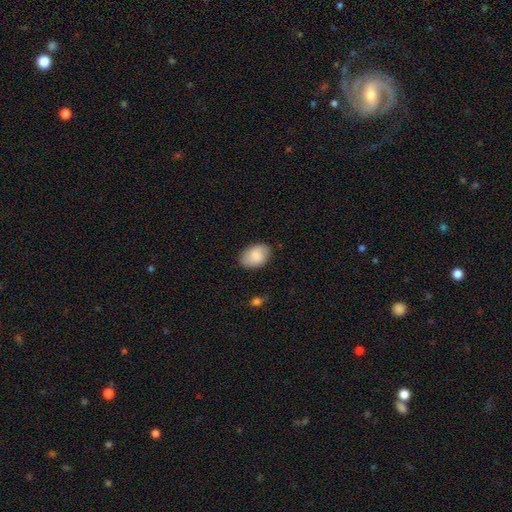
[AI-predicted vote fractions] This appears to be a smooth galaxy with no disk features (85%) that is in between round and cigar-shaped (87%). Merging: none (81%).